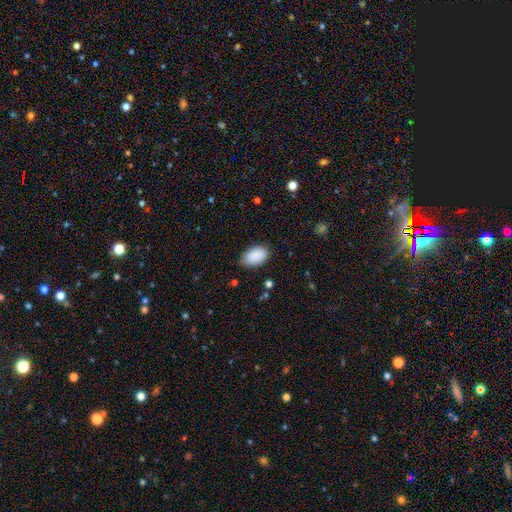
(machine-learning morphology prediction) Q: Smooth or featured?
A: smooth (90%); runner-up: star or artifact (7%)
Q: How rounded?
A: in between (92%); runner-up: round (7%)
Q: Merging?
A: none (79%); runner-up: minor disturbance (17%)